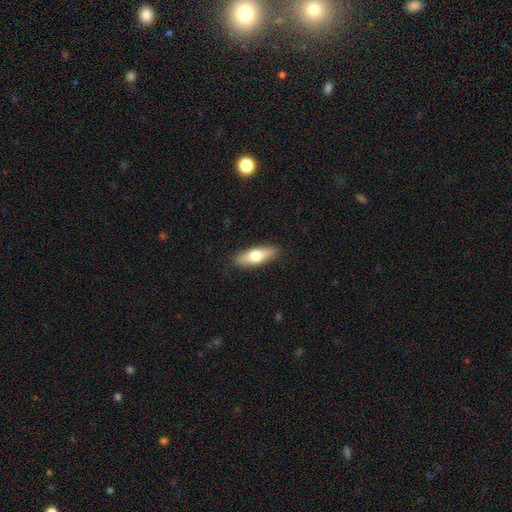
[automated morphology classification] The model was most divided on "how rounded": in between: 53%, cigar-shaped: 44%, round: 3%. More confident: merging — none (88%); smooth or featured — smooth (62%).